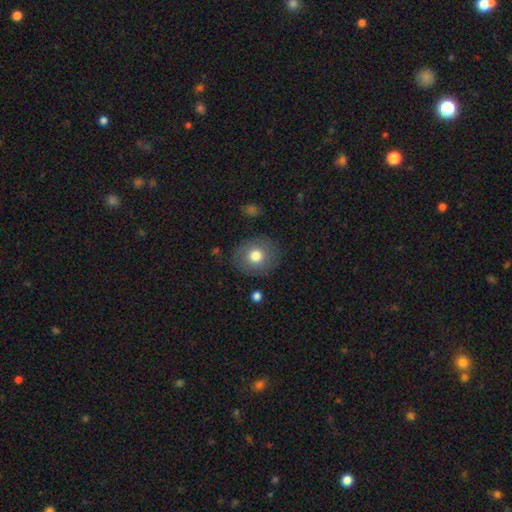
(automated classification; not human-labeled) Smooth or featured? Predicted: smooth (p=0.75). How rounded? Predicted: round (p=0.75). Merging? Predicted: none (p=0.85).